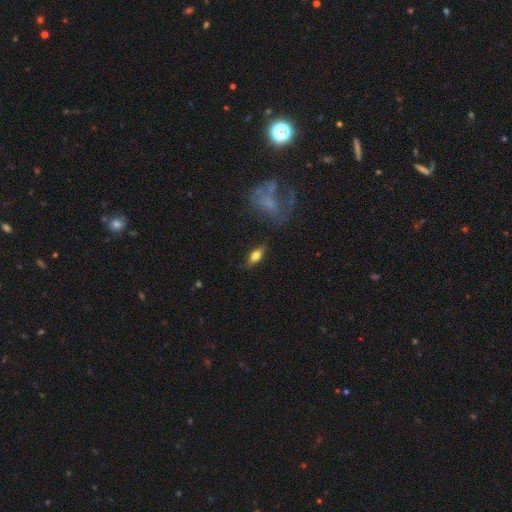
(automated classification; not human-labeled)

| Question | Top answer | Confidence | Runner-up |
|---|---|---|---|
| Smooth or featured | smooth | 65% | featured or disk (27%) |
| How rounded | in between | 79% | cigar-shaped (16%) |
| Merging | none | 84% | minor disturbance (11%) |